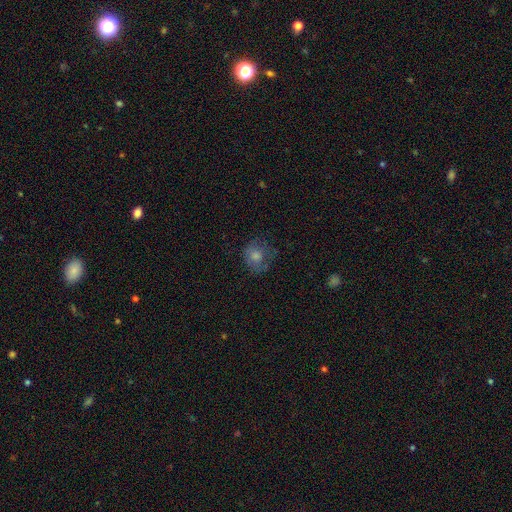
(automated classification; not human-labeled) A smooth galaxy with no disk features (66%) that is round (74%). Merging: none (56%).